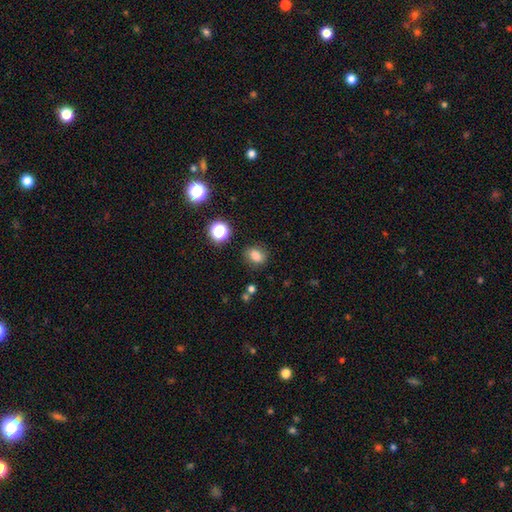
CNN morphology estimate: Smooth or featured? Predicted: smooth (p=0.79). How rounded? Predicted: in between (p=0.56). Merging? Predicted: none (p=0.81).